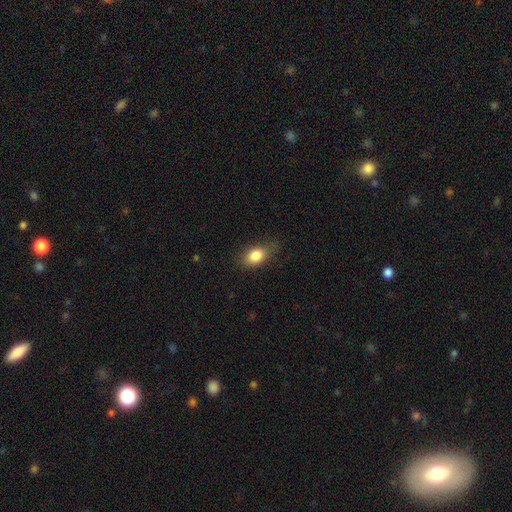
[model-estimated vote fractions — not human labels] smooth-or-featured: smooth: 83% | featured or disk: 8% | star or artifact: 8%
  how-rounded: in between: 79% | round: 18% | cigar-shaped: 3%
  merging: none: 72% | minor disturbance: 21% | major disturbance: 6% | merger: 1%